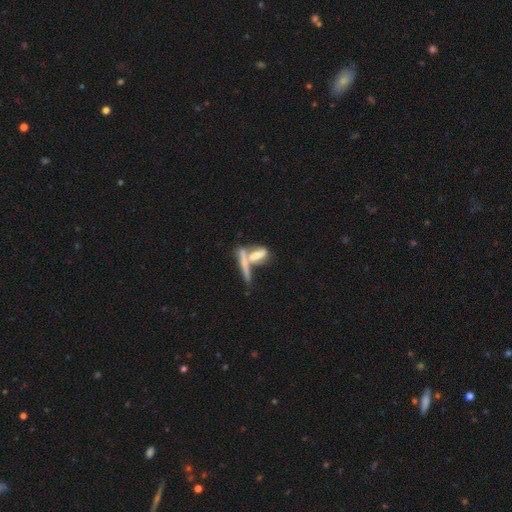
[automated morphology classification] Smooth or featured? Predicted: smooth (p=0.49). Merging? Predicted: merger (p=0.53).